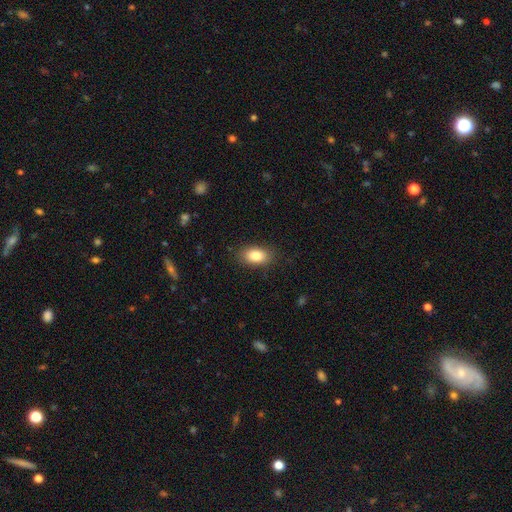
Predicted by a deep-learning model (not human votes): Smooth or featured? smooth (85%)
How rounded? in between (90%)
Merging? none (85%)